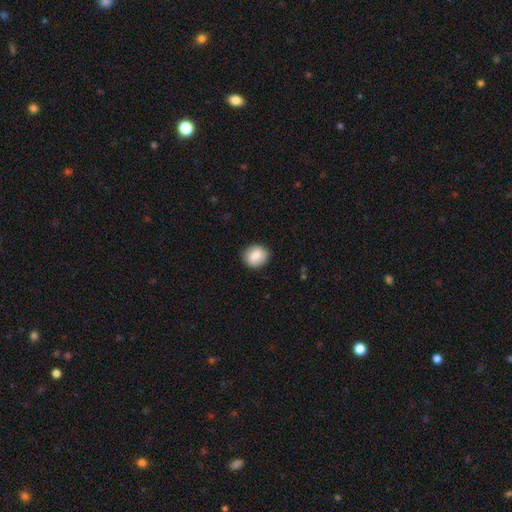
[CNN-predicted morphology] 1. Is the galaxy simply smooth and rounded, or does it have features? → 83% smooth, 9% featured or disk, 8% star or artifact.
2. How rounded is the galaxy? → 79% round, 20% in between, 1% cigar-shaped.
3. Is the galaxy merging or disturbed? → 88% none, 9% minor disturbance, 2% major disturbance, 1% merger.